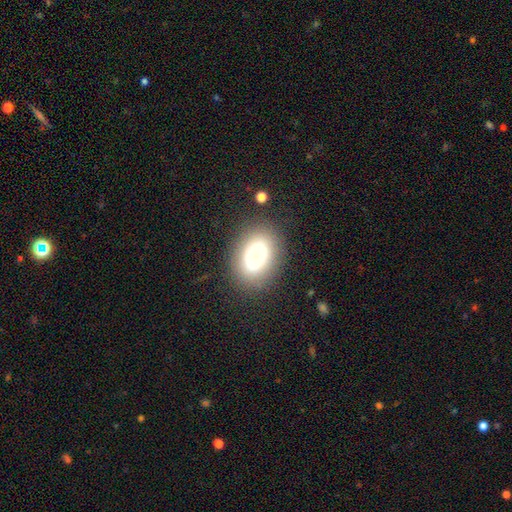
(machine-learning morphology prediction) This is possibly a smooth galaxy (51%). How rounded: likely in between (69%). Merging: clearly none (81%).